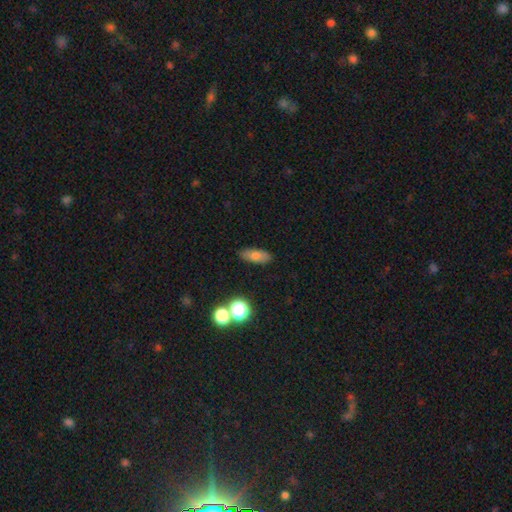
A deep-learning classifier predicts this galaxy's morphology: smooth_or_featured: smooth (p=0.72) [alt: featured or disk p=0.18]
how_rounded: in between (p=0.73) [alt: cigar-shaped p=0.21]
merging: none (p=0.85) [alt: minor disturbance p=0.10]